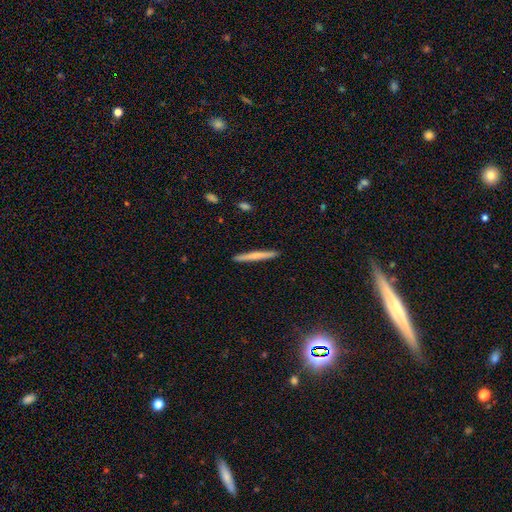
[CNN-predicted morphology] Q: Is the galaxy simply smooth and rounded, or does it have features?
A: smooth — 55%.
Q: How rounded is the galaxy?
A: cigar-shaped — 96%.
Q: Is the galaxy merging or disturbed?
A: none — 92%.